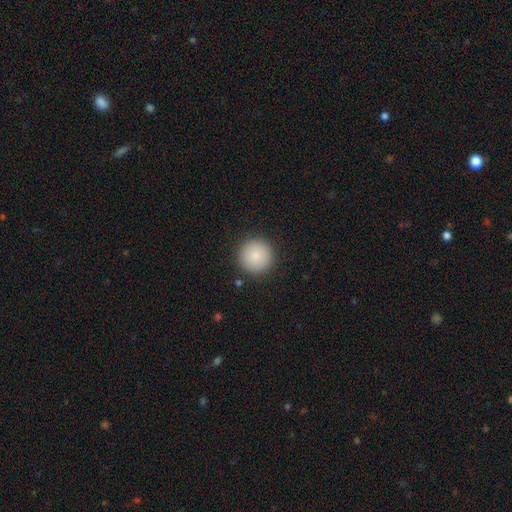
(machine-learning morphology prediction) This appears to be a smooth galaxy with no disk features (87%) that is round (96%). Merging: none (91%).